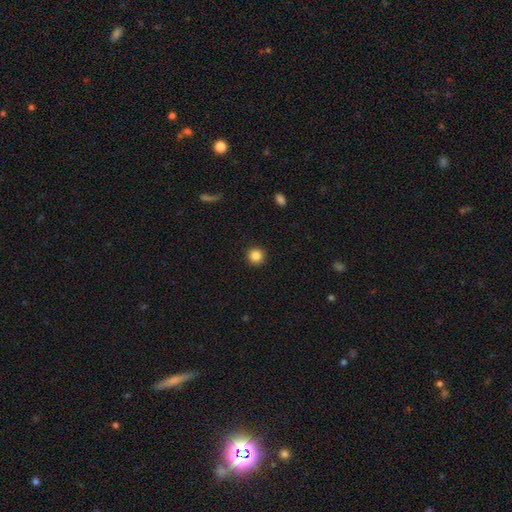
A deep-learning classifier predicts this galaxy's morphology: type=smooth (86%); roundness=round (95%); merging=none (93%).